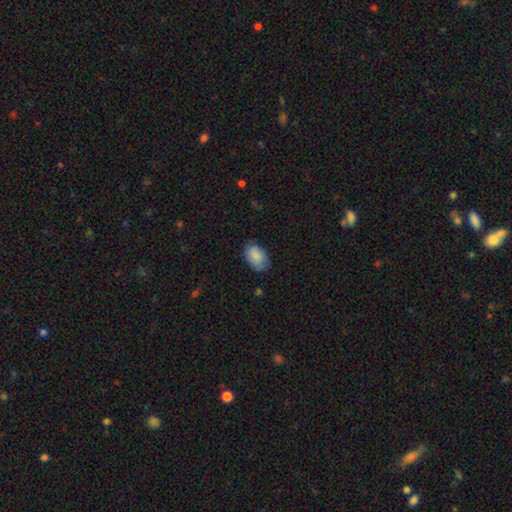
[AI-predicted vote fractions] smooth_or_featured: smooth (p=0.85) [alt: featured or disk p=0.08]
how_rounded: in between (p=0.89) [alt: round p=0.10]
merging: none (p=0.74) [alt: minor disturbance p=0.21]